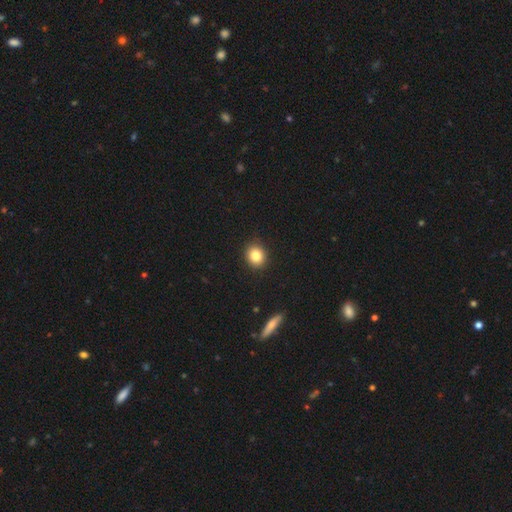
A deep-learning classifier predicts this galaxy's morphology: The model was most divided on "how rounded": round: 77%, in between: 22%, cigar-shaped: 1%. More confident: merging — none (91%); smooth or featured — smooth (83%).